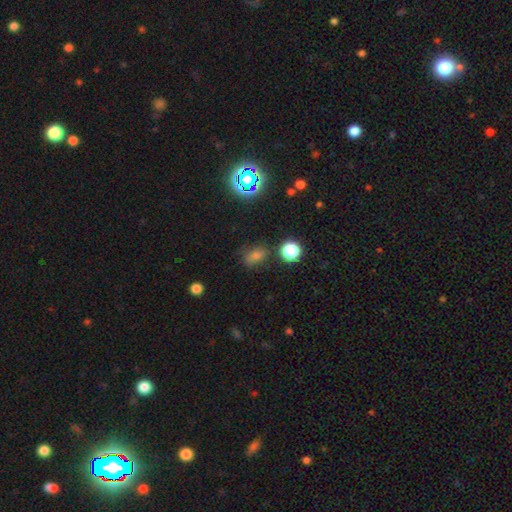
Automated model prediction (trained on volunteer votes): smooth_or_featured: smooth (p=0.63) [alt: star or artifact p=0.27]
how_rounded: in between (p=0.64) [alt: round p=0.33]
merging: none (p=0.71) [alt: minor disturbance p=0.18]